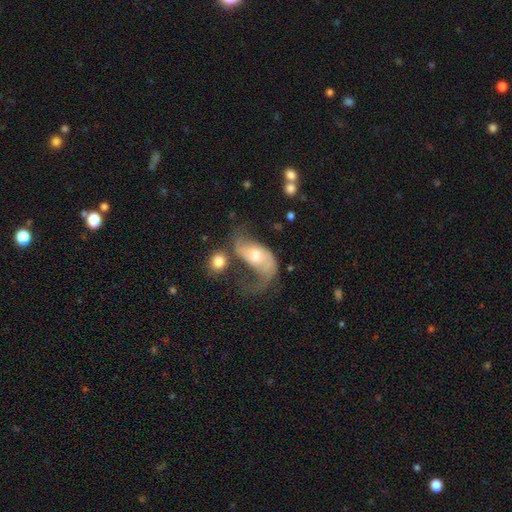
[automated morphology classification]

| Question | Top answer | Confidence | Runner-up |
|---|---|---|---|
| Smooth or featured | featured or disk | 76% | smooth (17%) |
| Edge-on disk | no | 95% | yes (5%) |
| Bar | no | 49% | weak (37%) |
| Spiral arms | yes | 90% | no (10%) |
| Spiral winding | loose | 74% | medium (21%) |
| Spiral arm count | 2 | 75% | 1 (16%) |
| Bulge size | moderate | 52% | small (39%) |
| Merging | major disturbance | 34% | none (33%) |